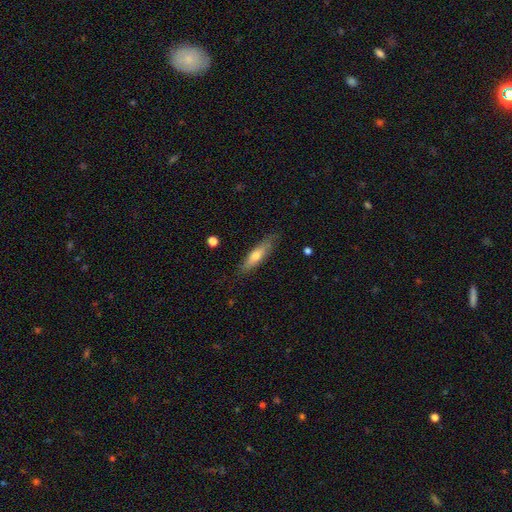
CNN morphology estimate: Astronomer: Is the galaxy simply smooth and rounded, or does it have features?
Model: smooth — 64%.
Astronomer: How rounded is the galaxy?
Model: cigar-shaped — 71%.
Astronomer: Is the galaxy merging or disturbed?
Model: none — 77%.